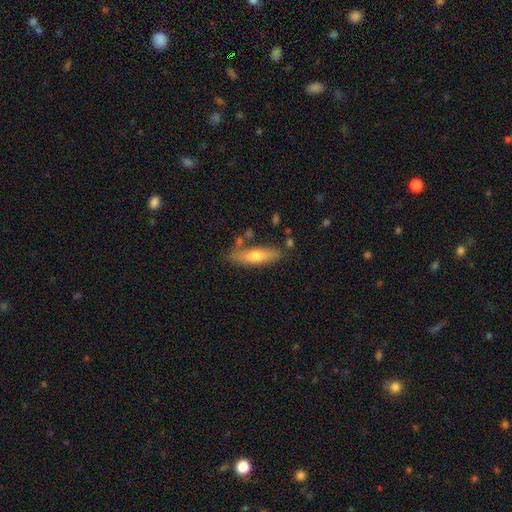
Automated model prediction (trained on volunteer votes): This is likely a smooth galaxy (62%). How rounded: possibly cigar-shaped (57%). Merging: likely none (73%).